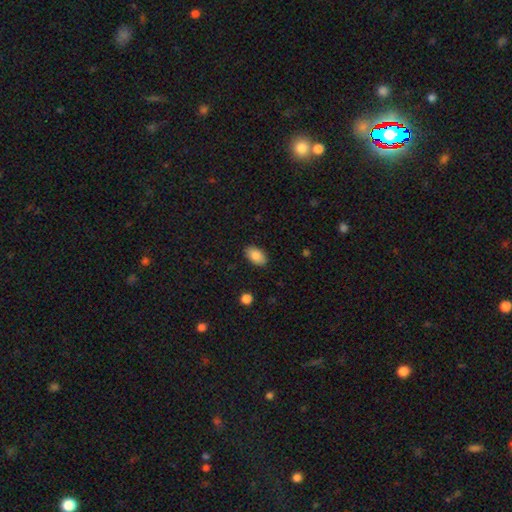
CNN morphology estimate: type=smooth (87%); roundness=in between (93%); merging=none (88%).